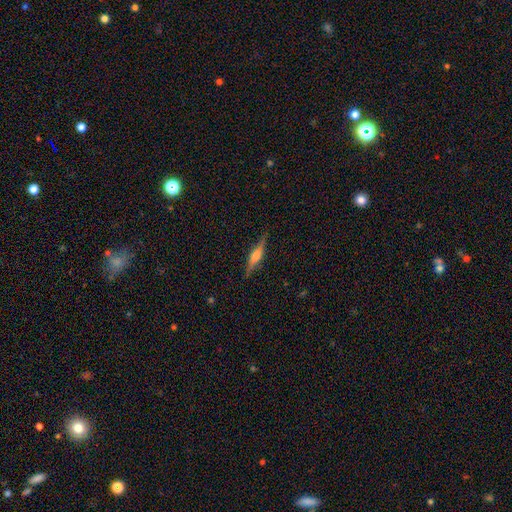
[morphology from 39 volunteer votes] Smooth or featured?
  - featured or disk: 92% *
  - smooth: 5%
  - star or artifact: 3%
Edge-on disk?
  - yes: 97% *
  - no: 3%
Edge-on bulge?
  - rounded: 86% *
  - boxy: 14%
  - none: 0%
Merging?
  - none: 87% *
  - minor disturbance: 8%
  - major disturbance: 3%
  - merger: 3%